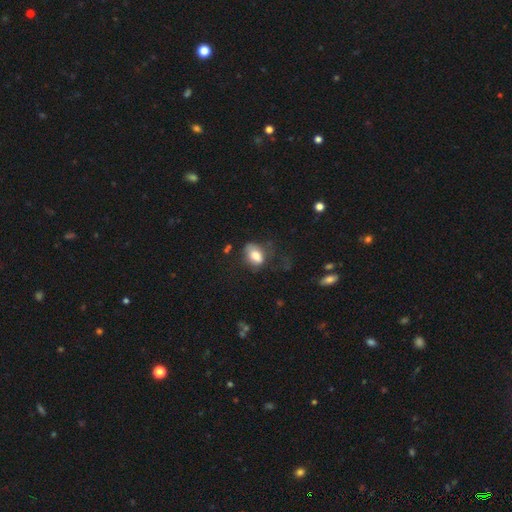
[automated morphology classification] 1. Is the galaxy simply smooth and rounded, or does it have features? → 79% smooth, 12% featured or disk, 9% star or artifact.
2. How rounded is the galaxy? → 79% in between, 19% round, 2% cigar-shaped.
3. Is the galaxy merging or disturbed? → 47% none, 29% minor disturbance, 21% major disturbance, 3% merger.